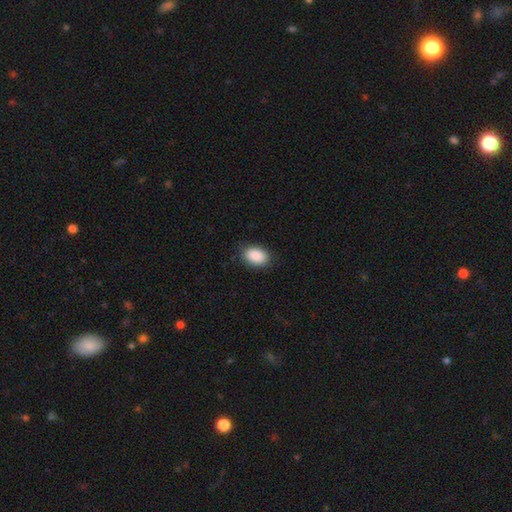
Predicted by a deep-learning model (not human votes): Smooth or featured: smooth — 90% (star or artifact — 7%)
How rounded: in between — 87% (round — 12%)
Merging: none — 85% (minor disturbance — 12%)